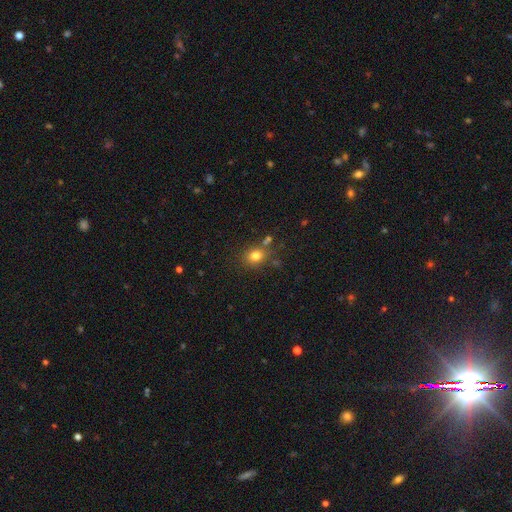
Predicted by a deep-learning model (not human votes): Smooth or featured? smooth (79%)
How rounded? round (61%)
Merging? none (72%)